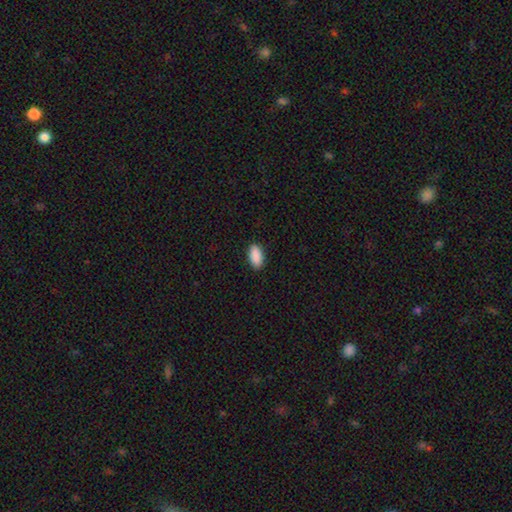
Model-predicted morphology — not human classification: smooth-or-featured: smooth: 91% | star or artifact: 6% | featured or disk: 3%
  how-rounded: in between: 94% | cigar-shaped: 3% | round: 3%
  merging: none: 89% | minor disturbance: 8% | major disturbance: 2% | merger: 1%